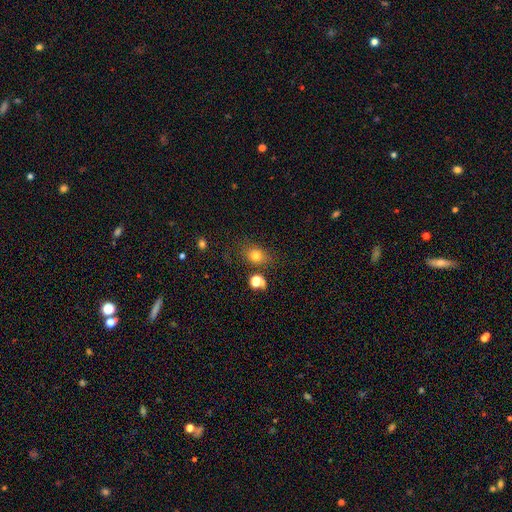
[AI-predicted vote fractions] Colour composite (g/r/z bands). It shows a smooth galaxy with no disk features (75%) that is round (53%). Merging: none (71%).